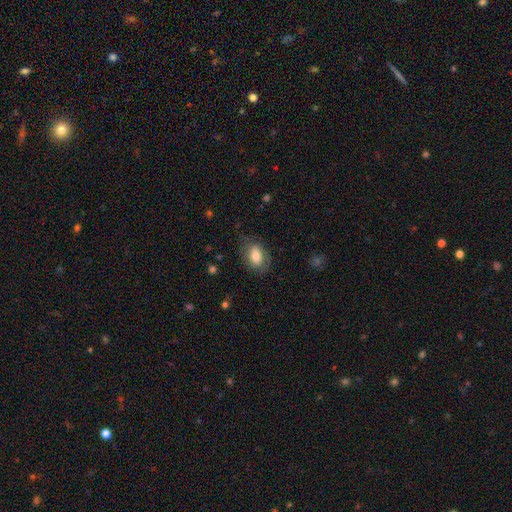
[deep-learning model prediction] A smooth galaxy with no disk features (73%) that is in between round and cigar-shaped (84%). Merging: none (70%).